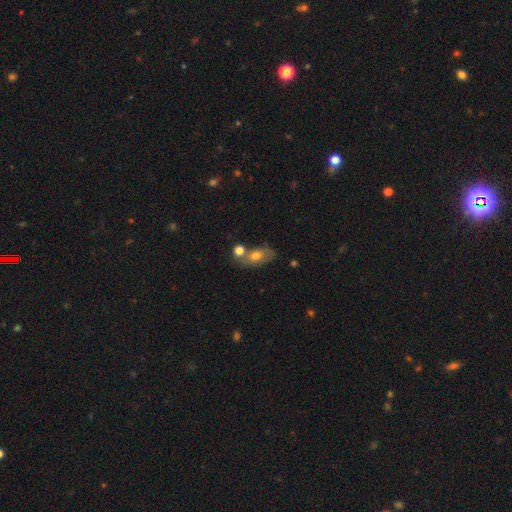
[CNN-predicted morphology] Smooth or featured? smooth (68%)
How rounded? in between (84%)
Merging? none (47%)